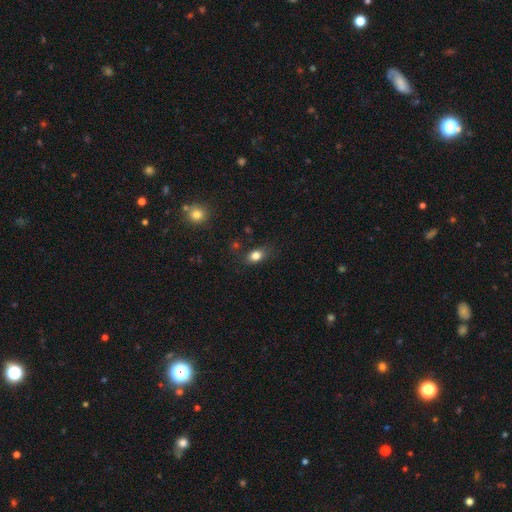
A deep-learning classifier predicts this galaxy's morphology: This appears to be a smooth galaxy with no disk features (82%) that is in between round and cigar-shaped (74%). Merging: none (76%).